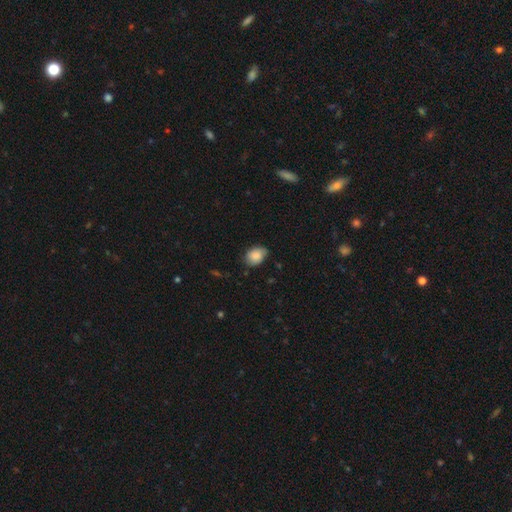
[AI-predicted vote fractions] smooth-or-featured: smooth: 86% | star or artifact: 8% | featured or disk: 7%
  how-rounded: in between: 70% | round: 29% | cigar-shaped: 1%
  merging: none: 73% | minor disturbance: 23% | major disturbance: 3% | merger: 1%